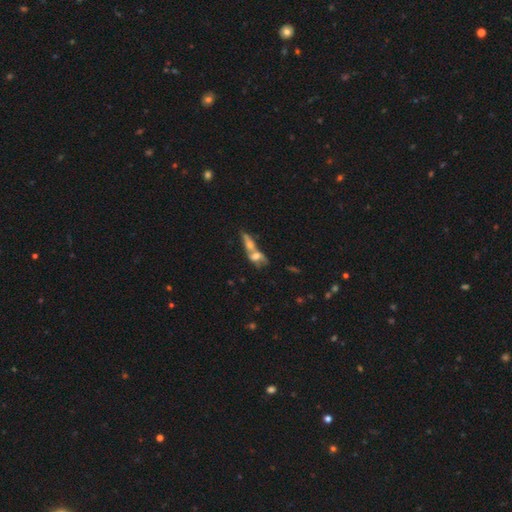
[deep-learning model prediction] smooth_or_featured: smooth (p=0.50) [alt: featured or disk p=0.38]
how_rounded: in between (p=0.65) [alt: cigar-shaped p=0.18]
merging: merger (p=0.77) [alt: none p=0.12]